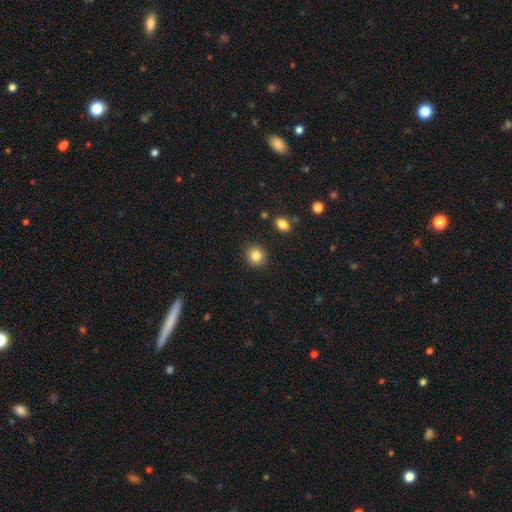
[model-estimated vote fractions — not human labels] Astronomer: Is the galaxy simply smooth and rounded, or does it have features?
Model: smooth — 85%.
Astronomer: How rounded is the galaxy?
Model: round — 82%.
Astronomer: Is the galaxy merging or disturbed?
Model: none — 89%.